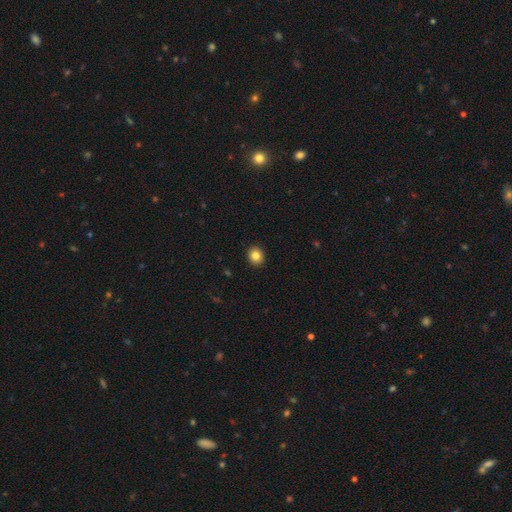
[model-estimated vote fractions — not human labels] Smooth or featured?
  - smooth: 84% *
  - star or artifact: 10%
  - featured or disk: 6%
How rounded?
  - round: 79% *
  - in between: 20%
  - cigar-shaped: 1%
Merging?
  - none: 93% *
  - minor disturbance: 5%
  - major disturbance: 1%
  - merger: 1%